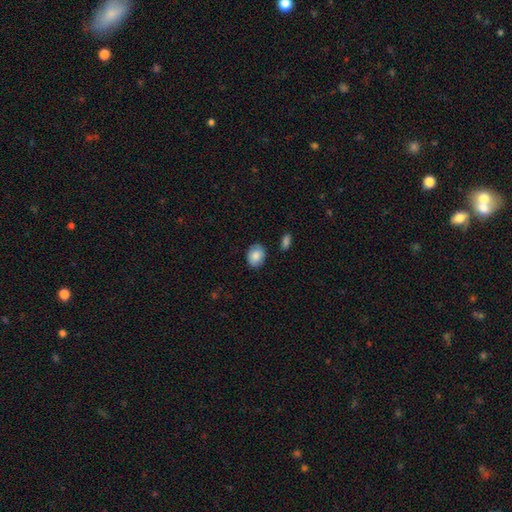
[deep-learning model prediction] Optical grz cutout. It shows a smooth galaxy with no disk features (85%) that is in between round and cigar-shaped (63%). Merging: none (84%).